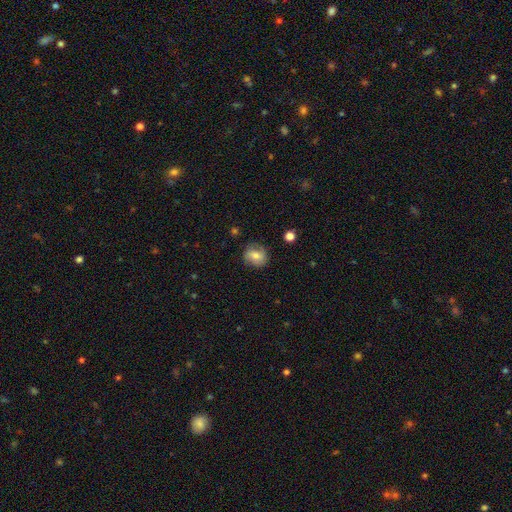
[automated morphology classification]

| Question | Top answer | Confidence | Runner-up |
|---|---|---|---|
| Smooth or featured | smooth | 62% | featured or disk (29%) |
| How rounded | round | 72% | in between (27%) |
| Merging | none | 75% | minor disturbance (19%) |